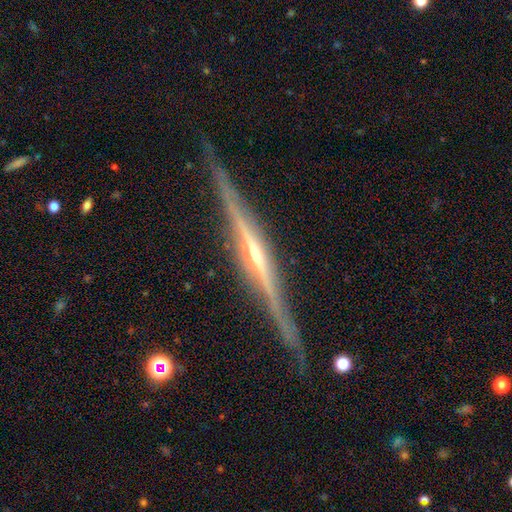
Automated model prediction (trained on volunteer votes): This appears to be a featured or disk galaxy (89%) viewed edge-on (98%) with a rounded central bulge (76%). Merging: none (86%).